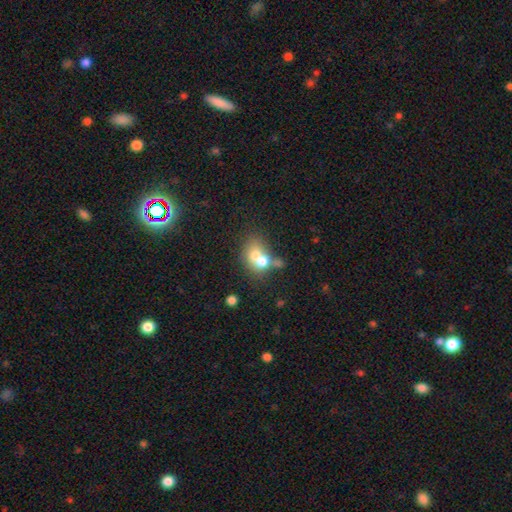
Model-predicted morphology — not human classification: smooth 63%, featured or disk 25%, star or artifact 11%. Down the decision tree: how rounded — round (50%); merging — merger (64%).